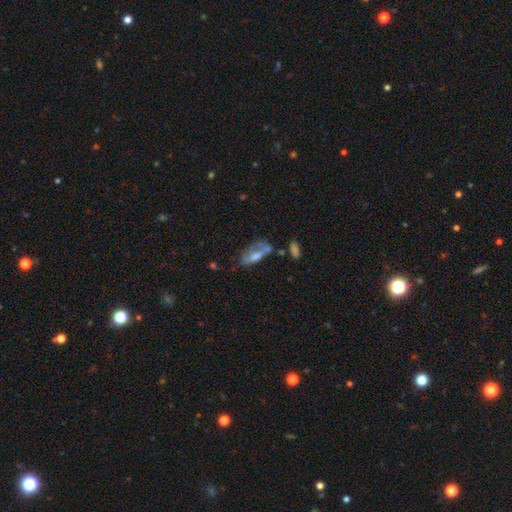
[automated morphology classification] Smooth or featured?
  - featured or disk: 45% * (tied)
  - smooth: 45% * (tied)
  - star or artifact: 11%
Merging?
  - none: 37% *
  - minor disturbance: 24%
  - major disturbance: 22%
  - merger: 17%